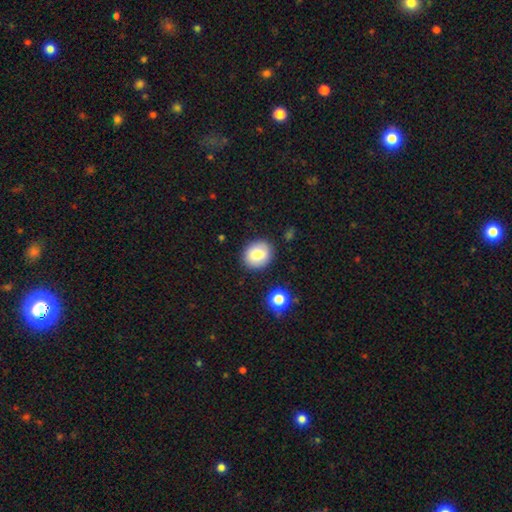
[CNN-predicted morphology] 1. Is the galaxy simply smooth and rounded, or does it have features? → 80% smooth, 12% featured or disk, 8% star or artifact.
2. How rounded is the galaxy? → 64% round, 35% in between, 1% cigar-shaped.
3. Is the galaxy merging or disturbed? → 86% none, 9% minor disturbance, 3% major disturbance, 2% merger.